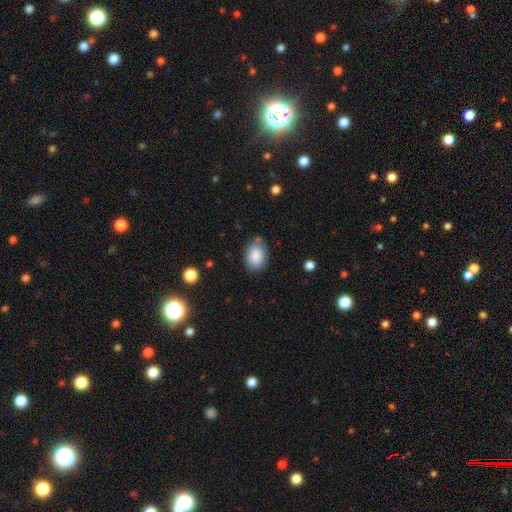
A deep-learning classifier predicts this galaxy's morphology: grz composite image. It shows a smooth galaxy with no disk features (87%) that is in between round and cigar-shaped (78%). Merging: none (76%).